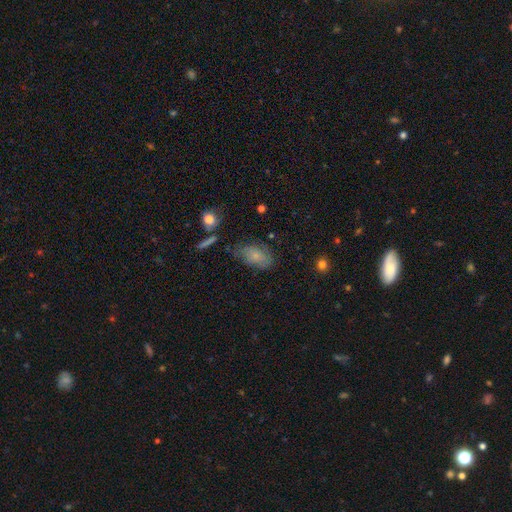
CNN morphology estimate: Q: Smooth or featured?
A: smooth (73%); runner-up: featured or disk (17%)
Q: How rounded?
A: in between (89%); runner-up: round (8%)
Q: Merging?
A: none (62%); runner-up: minor disturbance (26%)